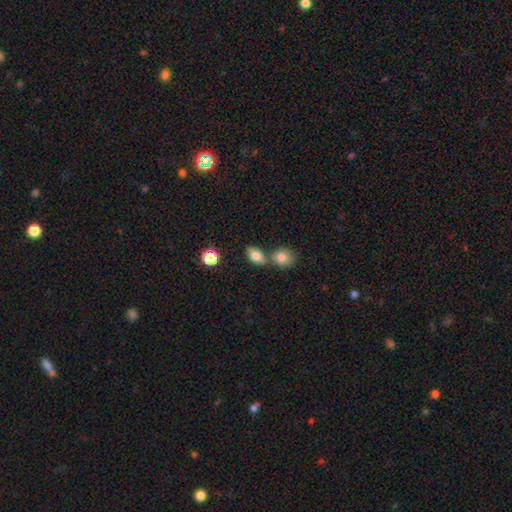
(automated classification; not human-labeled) smooth-or-featured: smooth: 80% | featured or disk: 11% | star or artifact: 9%
  how-rounded: in between: 78% | round: 18% | cigar-shaped: 3%
  merging: none: 51% | merger: 34% | minor disturbance: 11% | major disturbance: 4%